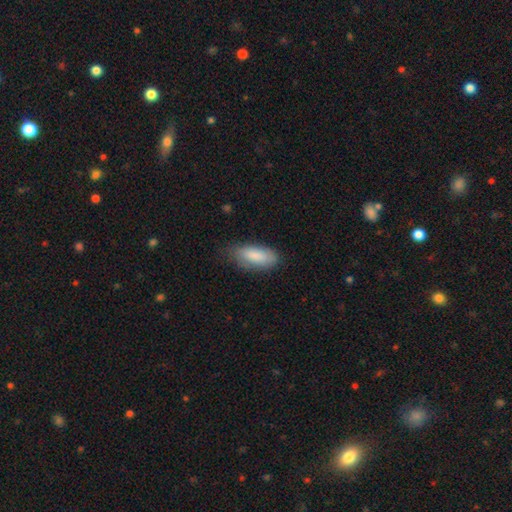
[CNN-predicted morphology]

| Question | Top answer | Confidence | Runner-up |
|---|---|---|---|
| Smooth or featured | smooth | 86% | featured or disk (8%) |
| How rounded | in between | 80% | cigar-shaped (18%) |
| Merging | none | 70% | minor disturbance (24%) |